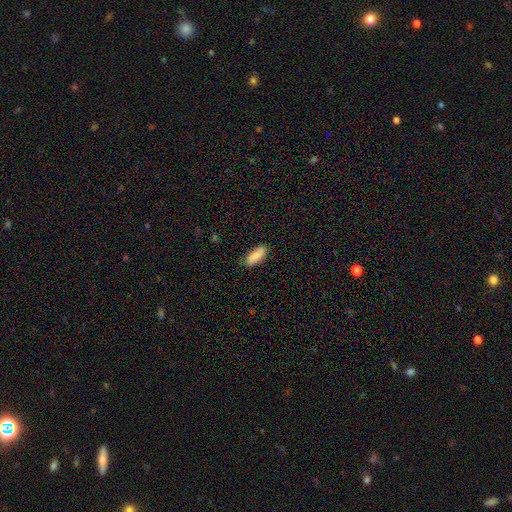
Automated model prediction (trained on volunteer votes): This appears to be a smooth galaxy with no disk features (88%) that is in between round and cigar-shaped (75%). Merging: none (82%).